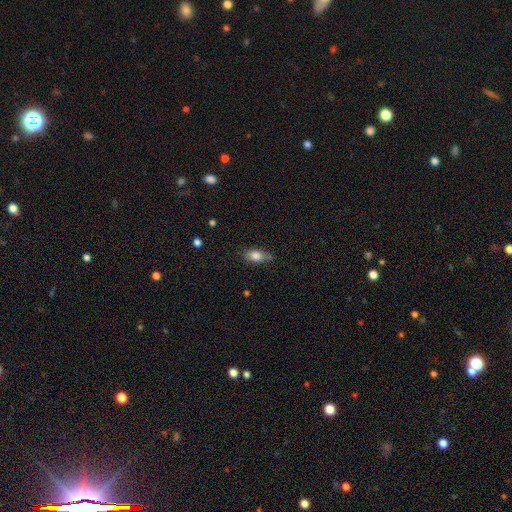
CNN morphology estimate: smooth-or-featured: smooth: 82% | featured or disk: 9% | star or artifact: 9%
  how-rounded: in between: 83% | round: 12% | cigar-shaped: 5%
  merging: none: 63% | minor disturbance: 24% | merger: 8% | major disturbance: 5%